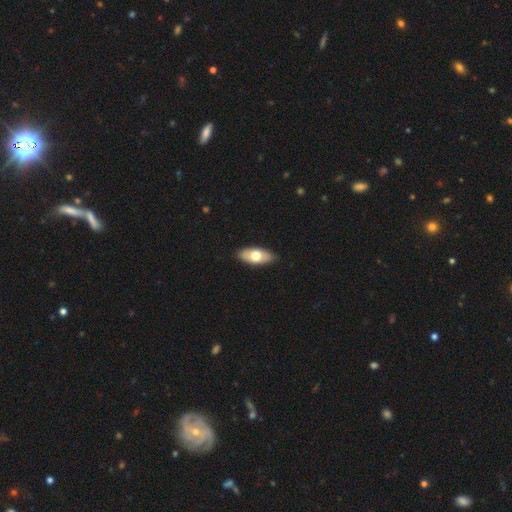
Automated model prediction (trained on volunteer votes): The model was most divided on "smooth or featured": smooth: 66%, featured or disk: 29%, star or artifact: 5%. More confident: how rounded — in between (88%); merging — none (88%).